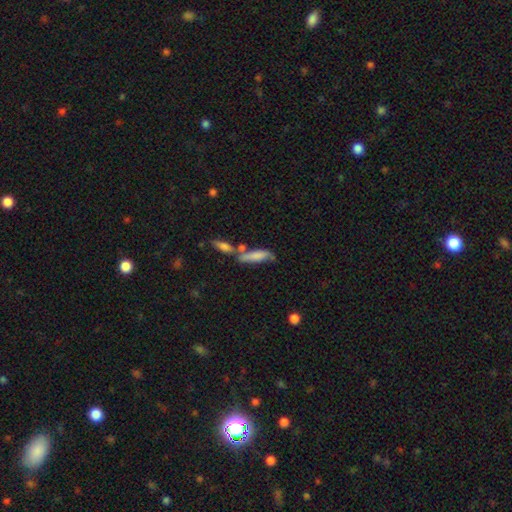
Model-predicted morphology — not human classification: type=smooth (74%); roundness=cigar-shaped (58%); merging=none (46%).